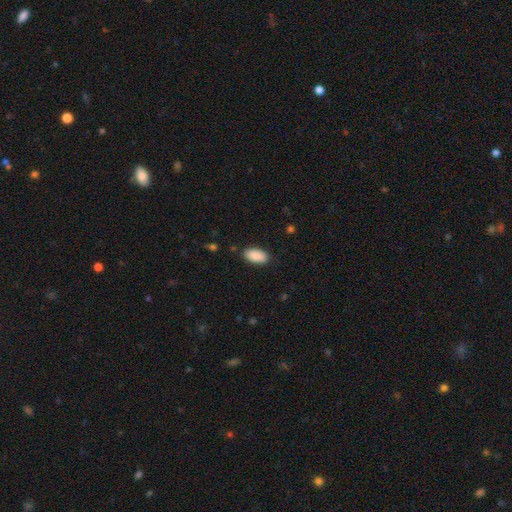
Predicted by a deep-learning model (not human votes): smooth 90%, star or artifact 6%, featured or disk 4%. Down the decision tree: how rounded — in between (94%); merging — none (87%).